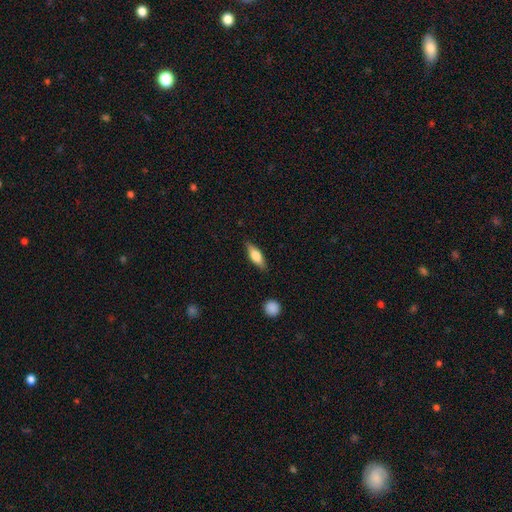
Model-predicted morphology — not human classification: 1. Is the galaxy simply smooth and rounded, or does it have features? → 61% smooth, 32% featured or disk, 7% star or artifact.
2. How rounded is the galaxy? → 56% in between, 41% cigar-shaped, 3% round.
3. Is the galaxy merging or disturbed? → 84% none, 12% minor disturbance, 3% major disturbance, 1% merger.